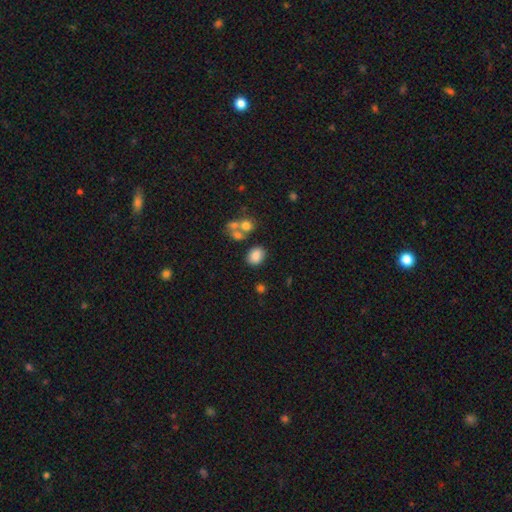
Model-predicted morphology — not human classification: This appears to be a smooth galaxy with no disk features (82%) that is in between round and cigar-shaped (61%). Merging: none (71%).